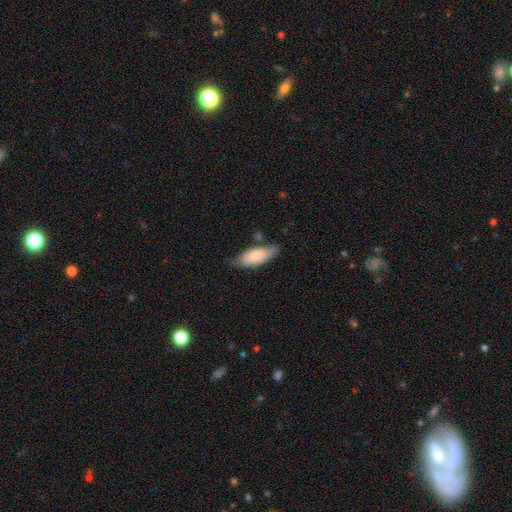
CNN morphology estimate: The model was most divided on "merging": none: 58%, minor disturbance: 30%, major disturbance: 6%, merger: 6%. More confident: how rounded — in between (79%); smooth or featured — smooth (75%).